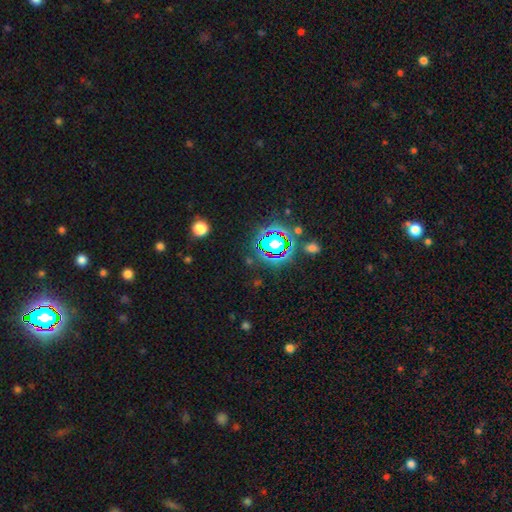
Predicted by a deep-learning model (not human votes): Smooth or featured?
  - star or artifact: 80% *
  - smooth: 12%
  - featured or disk: 8%